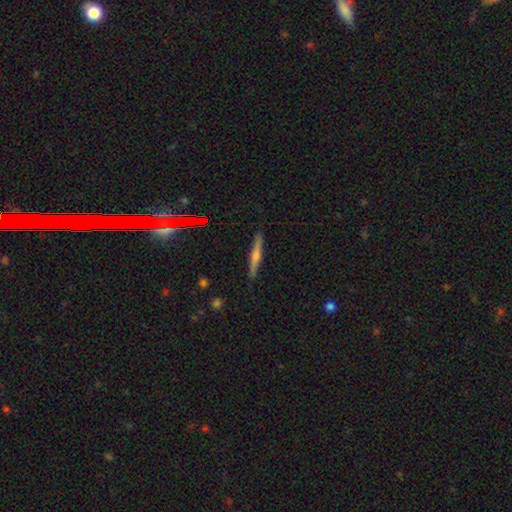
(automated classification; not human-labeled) smooth-or-featured: featured or disk: 59% | smooth: 30% | star or artifact: 10%
  disk-edge-on: yes: 97% | no: 3%
    edge-on-bulge: rounded: 76% | none: 15% | boxy: 9%
  merging: none: 90% | minor disturbance: 7% | major disturbance: 2% | merger: 1%